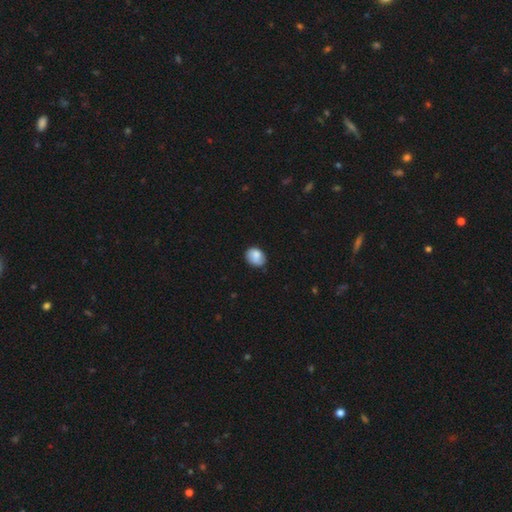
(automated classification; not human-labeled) Smooth or featured?
  - smooth: 81% *
  - featured or disk: 11%
  - star or artifact: 8%
How rounded?
  - in between: 58% *
  - round: 41%
  - cigar-shaped: 1%
Merging?
  - none: 69% *
  - minor disturbance: 25%
  - major disturbance: 4%
  - merger: 2%